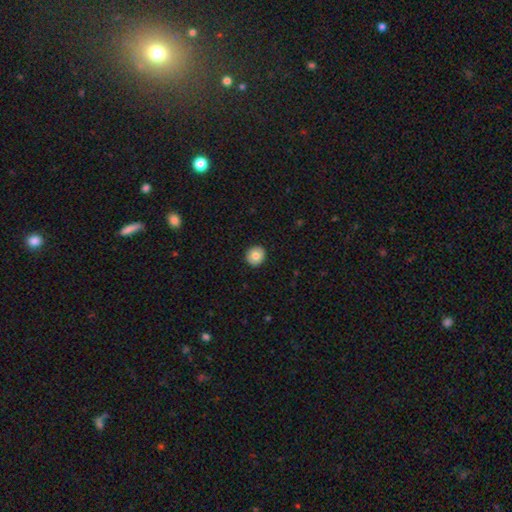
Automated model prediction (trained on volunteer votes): Q: Smooth or featured?
A: smooth (77%); runner-up: featured or disk (15%)
Q: How rounded?
A: round (87%); runner-up: in between (12%)
Q: Merging?
A: none (91%); runner-up: minor disturbance (6%)